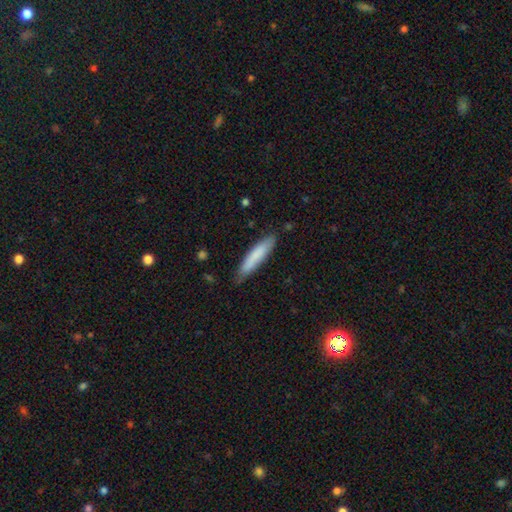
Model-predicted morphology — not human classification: This appears to be a smooth galaxy with no disk features (80%) that is cigar-shaped (85%). Merging: none (79%).